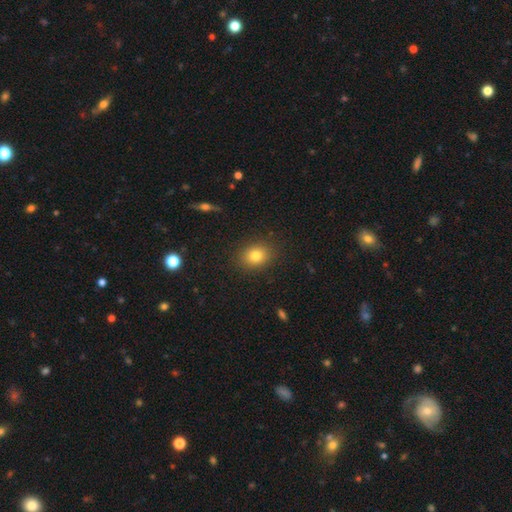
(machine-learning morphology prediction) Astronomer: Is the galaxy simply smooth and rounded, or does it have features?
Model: smooth — 79%.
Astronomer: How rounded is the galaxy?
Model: round — 51% (runner-up: in between, 47%).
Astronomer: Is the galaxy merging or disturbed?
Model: none — 87%.